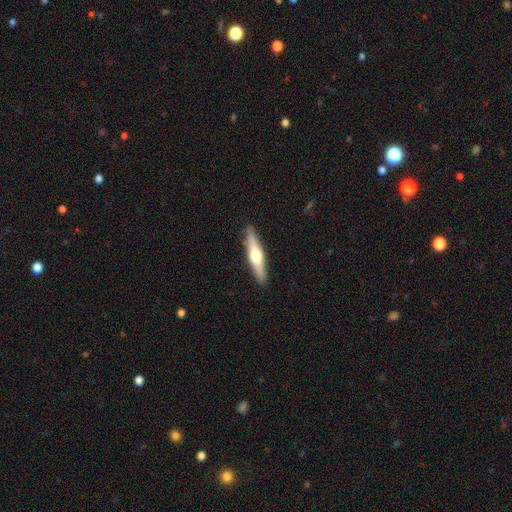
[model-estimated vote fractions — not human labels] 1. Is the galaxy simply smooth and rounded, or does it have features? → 55% featured or disk, 40% smooth, 5% star or artifact.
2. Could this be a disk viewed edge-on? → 95% yes, 5% no.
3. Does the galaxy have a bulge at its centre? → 92% rounded, 4% none, 4% boxy.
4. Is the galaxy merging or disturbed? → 90% none, 7% minor disturbance, 2% major disturbance, 1% merger.